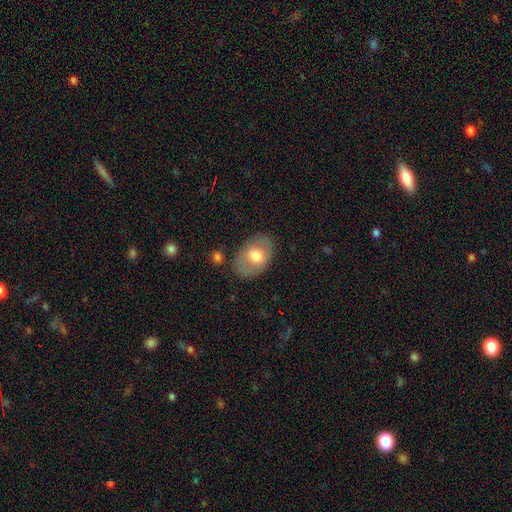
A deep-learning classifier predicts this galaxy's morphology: Q: Smooth or featured?
A: smooth (63%); runner-up: featured or disk (31%)
Q: How rounded?
A: in between (83%); runner-up: round (16%)
Q: Merging?
A: none (79%); runner-up: minor disturbance (14%)